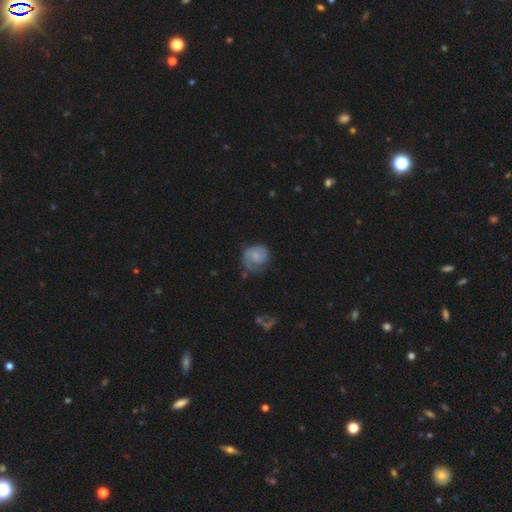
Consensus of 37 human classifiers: Q: Smooth or featured?
A: featured or disk (62%); runner-up: smooth (35%)
Q: Edge-on disk?
A: no (100%)
Q: Bar?
A: no (65%); runner-up: weak (26%)
Q: Spiral arms?
A: yes (91%); runner-up: no (9%)
Q: Spiral winding?
A: tight (48%); runner-up: medium (38%)
Q: Spiral arm count?
A: 1 (67%); runner-up: 2 (19%)
Q: Bulge size?
A: none (48%); runner-up: small (26%)
Q: Merging?
A: none (75%); runner-up: minor disturbance (14%)